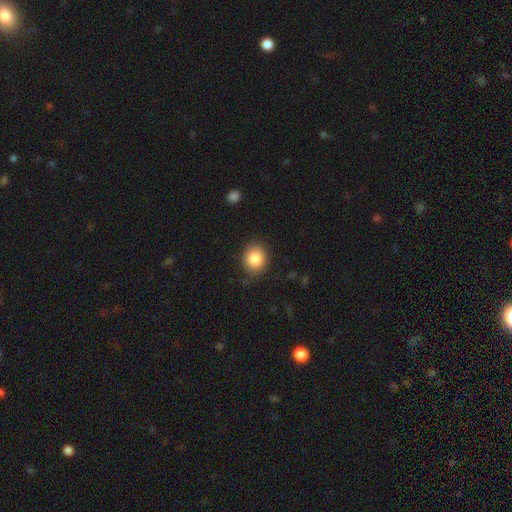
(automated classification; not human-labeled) This appears to be a smooth galaxy with no disk features (86%) that is round (66%). Merging: none (87%).